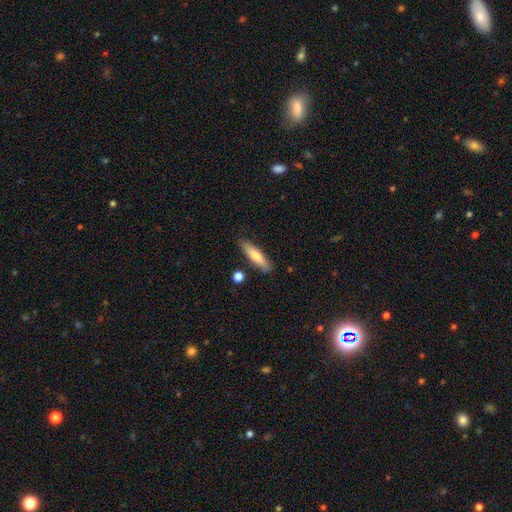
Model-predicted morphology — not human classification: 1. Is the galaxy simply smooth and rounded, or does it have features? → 66% smooth, 28% featured or disk, 6% star or artifact.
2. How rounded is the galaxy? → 74% cigar-shaped, 24% in between, 2% round.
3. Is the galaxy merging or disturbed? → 82% none, 12% minor disturbance, 4% merger, 2% major disturbance.